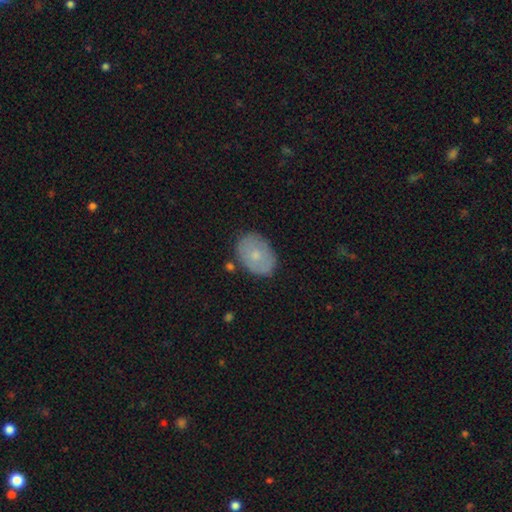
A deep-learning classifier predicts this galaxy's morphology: This is likely a smooth galaxy (67%). How rounded: likely in between (79%). Merging: likely none (80%).